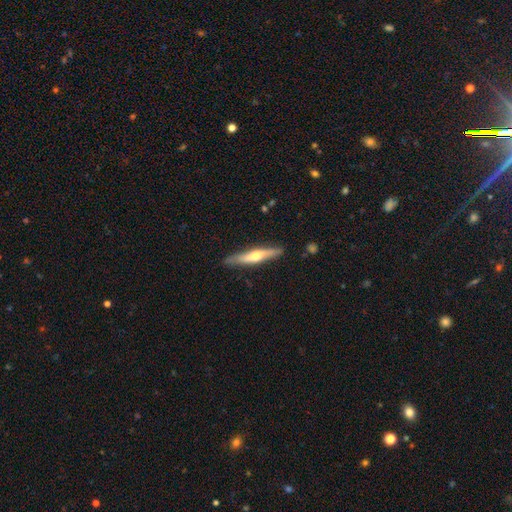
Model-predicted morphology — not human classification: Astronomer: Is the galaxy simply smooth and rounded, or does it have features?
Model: featured or disk — 55% (runner-up: smooth, 40%).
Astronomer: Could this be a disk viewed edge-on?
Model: yes — 92%.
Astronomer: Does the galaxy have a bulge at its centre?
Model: rounded — 88%.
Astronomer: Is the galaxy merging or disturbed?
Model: none — 86%.